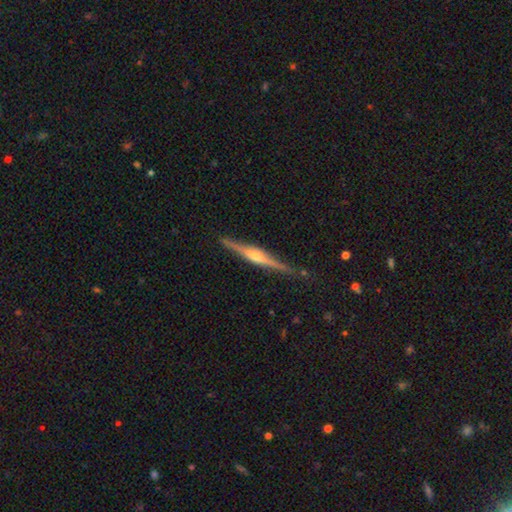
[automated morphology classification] A featured or disk galaxy (83%) viewed edge-on (98%) with a rounded central bulge (86%).

Vote fractions:
- Smooth or featured? featured or disk: 83% / smooth: 11% / star or artifact: 5%
- Edge-on disk? yes: 98% / no: 2%
- Edge-on bulge? rounded: 86% / boxy: 9% / none: 5%
- Merging? none: 88% / minor disturbance: 9% / major disturbance: 2% / merger: 1%